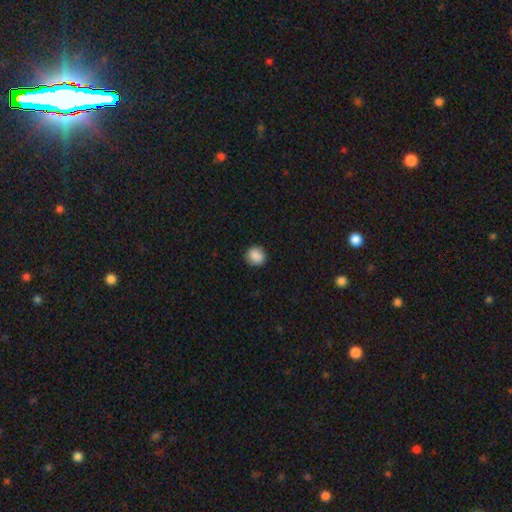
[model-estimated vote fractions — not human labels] Smooth or featured? Predicted: smooth (p=0.88). How rounded? Predicted: round (p=0.79). Merging? Predicted: none (p=0.89).